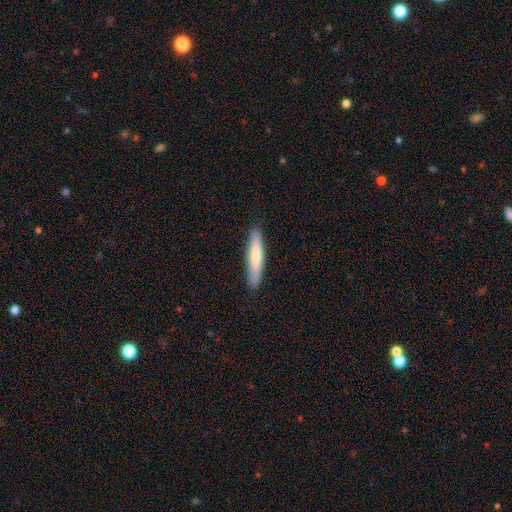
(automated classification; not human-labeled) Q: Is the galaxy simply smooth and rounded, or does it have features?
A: smooth — 69%.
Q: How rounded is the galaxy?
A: cigar-shaped — 88%.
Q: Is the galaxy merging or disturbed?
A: none — 88%.